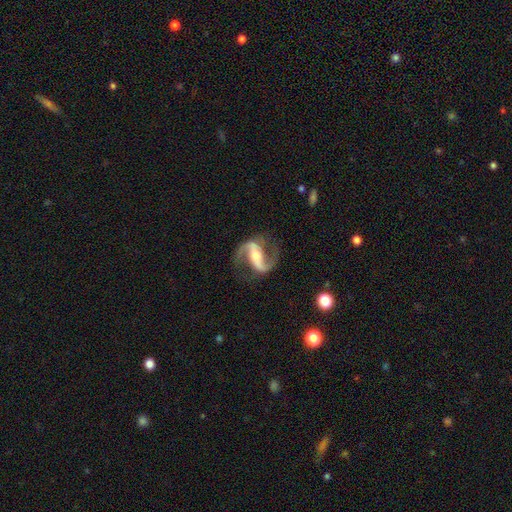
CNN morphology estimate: Smooth or featured? featured or disk (92%)
Edge-on disk? no (97%)
Bar? strong (54%)
Spiral arms? yes (98%)
Spiral winding? loose (48%)
Spiral arm count? 2 (94%)
Bulge size? moderate (52%)
Merging? none (80%)